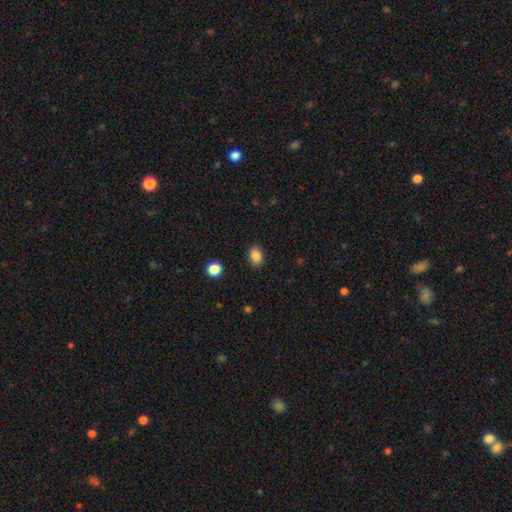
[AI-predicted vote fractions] A smooth galaxy with no disk features (86%) that is in between round and cigar-shaped (80%).

Vote fractions:
- Smooth or featured? smooth: 86% / star or artifact: 10% / featured or disk: 4%
- How rounded? in between: 80% / round: 18% / cigar-shaped: 1%
- Merging? none: 87% / minor disturbance: 9% / major disturbance: 2% / merger: 1%